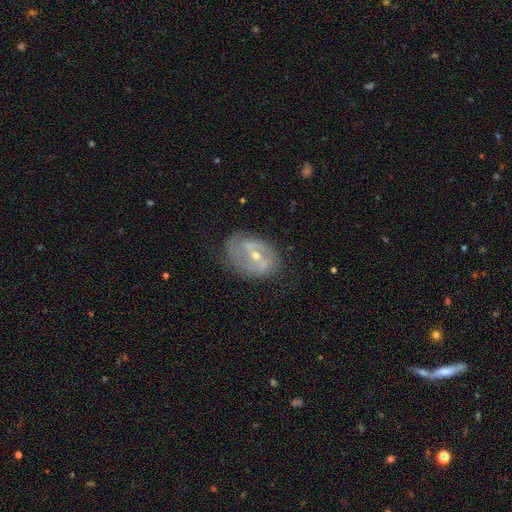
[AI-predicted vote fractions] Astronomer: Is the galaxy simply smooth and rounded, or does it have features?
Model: featured or disk — 79%.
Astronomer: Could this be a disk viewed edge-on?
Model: no — 96%.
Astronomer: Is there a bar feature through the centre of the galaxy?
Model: weak — 46% (runner-up: no, 27%).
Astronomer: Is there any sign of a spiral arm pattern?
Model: yes — 85%.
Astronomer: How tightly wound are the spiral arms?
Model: medium — 42% (runner-up: tight, 37%).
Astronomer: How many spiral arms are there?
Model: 2 — 64%.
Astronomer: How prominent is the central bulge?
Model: small — 52% (runner-up: moderate, 45%).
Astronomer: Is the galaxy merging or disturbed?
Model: none — 63%.